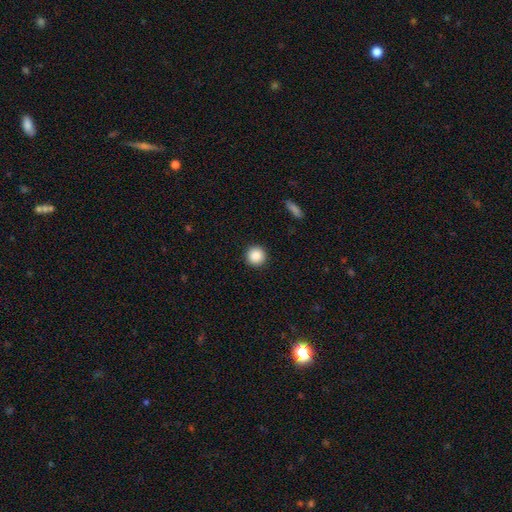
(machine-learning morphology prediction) This appears to be a smooth galaxy with no disk features (88%) that is round (96%). Merging: none (92%).